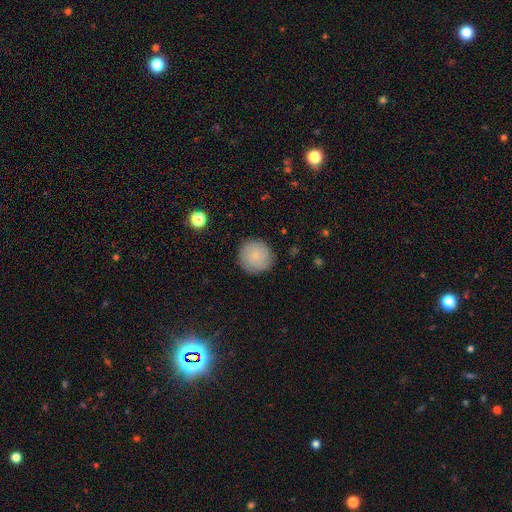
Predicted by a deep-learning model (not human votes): Overall: smooth (80%). How rounded: round (94%). Merging: none (88%).